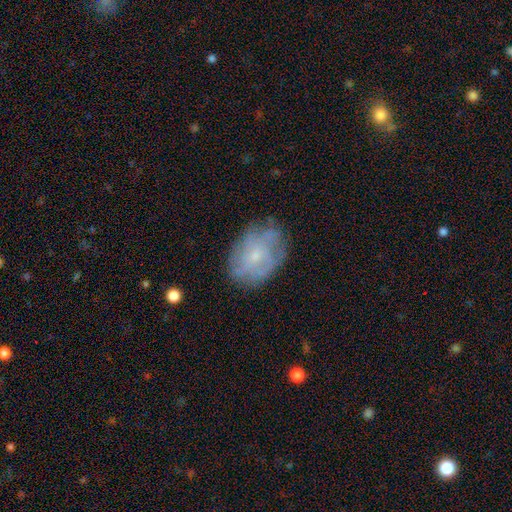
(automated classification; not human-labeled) smooth-or-featured: featured or disk: 54% | smooth: 37% | star or artifact: 9%
  disk-edge-on: no: 96% | yes: 4%
    bar: no: 80% | weak: 18% | strong: 2%
    has-spiral-arms: yes: 62% | no: 38%
    bulge-size: small: 70% | moderate: 23% | none: 5% | large: 1% | dominant: 1%
  merging: none: 70% | minor disturbance: 21% | major disturbance: 8% | merger: 2%